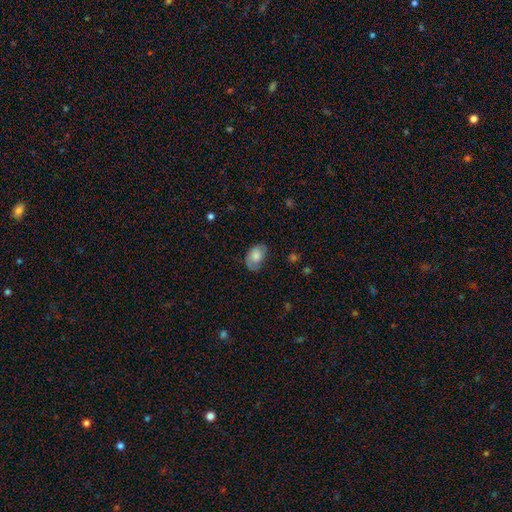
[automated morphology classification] The model was most divided on "merging": none: 58%, minor disturbance: 29%, major disturbance: 11%, merger: 2%. More confident: how rounded — in between (85%); smooth or featured — smooth (72%).